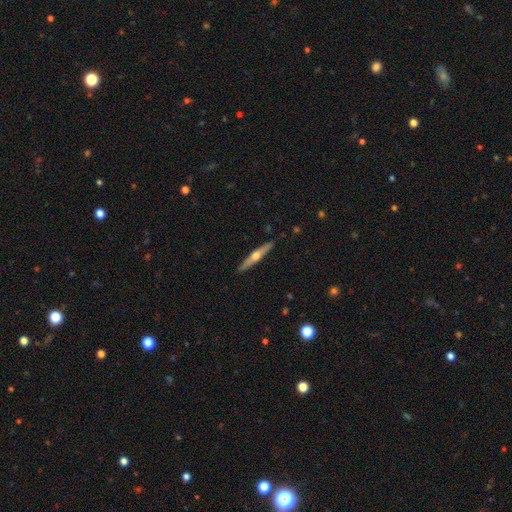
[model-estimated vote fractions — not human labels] Smooth or featured? Predicted: featured or disk (p=0.64). Edge-on disk? Predicted: yes (p=0.97). Edge-on bulge? Predicted: rounded (p=0.92). Merging? Predicted: none (p=0.91).